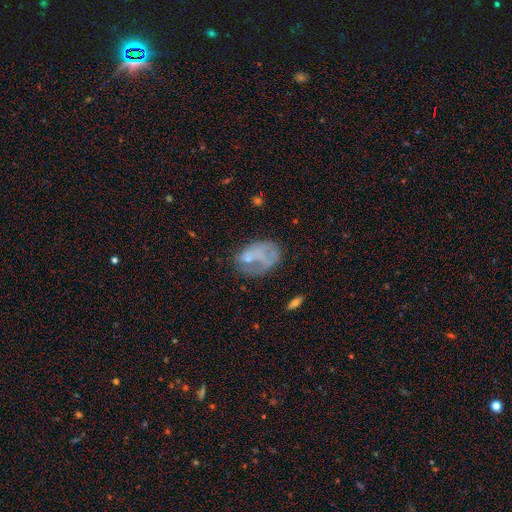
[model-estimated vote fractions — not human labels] Smooth or featured? smooth (45%)
Merging? none (39%)